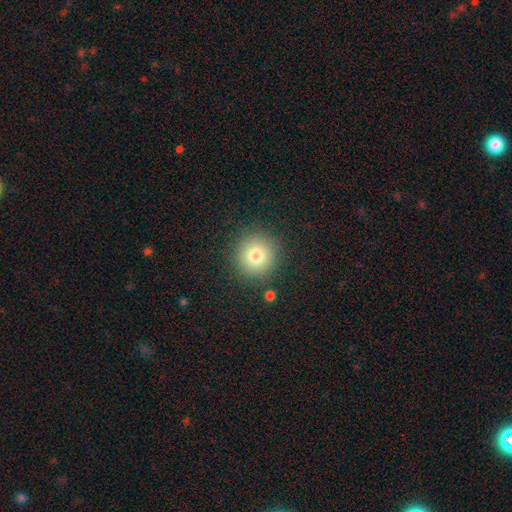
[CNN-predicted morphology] Smooth or featured?
  - smooth: 79% *
  - star or artifact: 12%
  - featured or disk: 9%
How rounded?
  - round: 93% *
  - in between: 6%
  - cigar-shaped: 1%
Merging?
  - none: 87% *
  - minor disturbance: 8%
  - major disturbance: 3%
  - merger: 2%